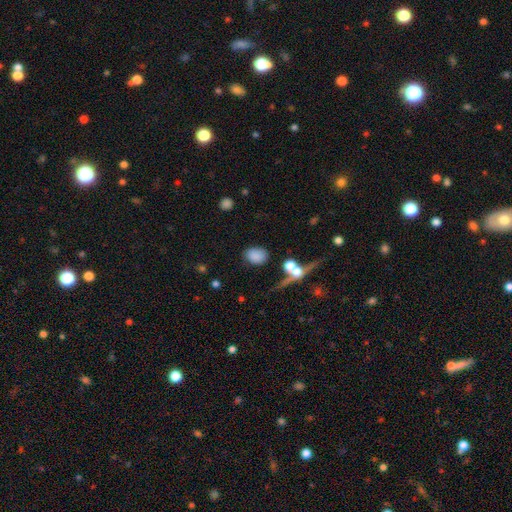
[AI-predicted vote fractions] Q: Smooth or featured?
A: smooth (80%); runner-up: star or artifact (11%)
Q: How rounded?
A: in between (68%); runner-up: round (30%)
Q: Merging?
A: none (72%); runner-up: minor disturbance (15%)